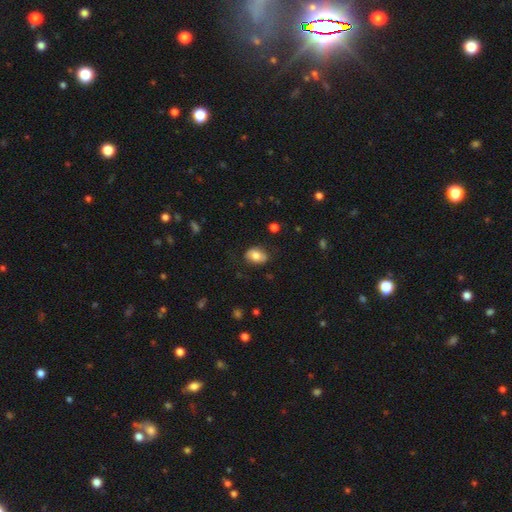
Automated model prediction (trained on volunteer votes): The model was most divided on "smooth or featured": smooth: 74%, featured or disk: 18%, star or artifact: 8%. More confident: how rounded — in between (78%); merging — none (74%).